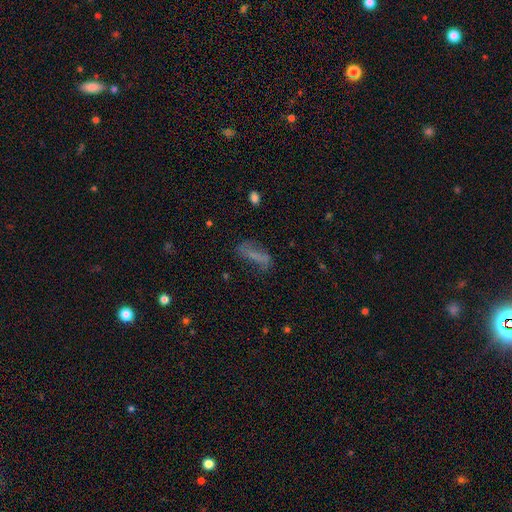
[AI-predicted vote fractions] smooth 52%, featured or disk 34%, star or artifact 15%. Down the decision tree: how rounded — in between (50%); merging — none (54%).